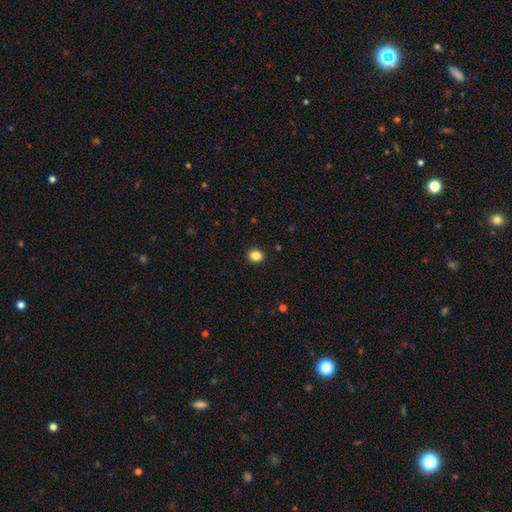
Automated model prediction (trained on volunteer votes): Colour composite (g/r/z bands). It shows a smooth galaxy with no disk features (85%) that is round (78%). Merging: none (92%).